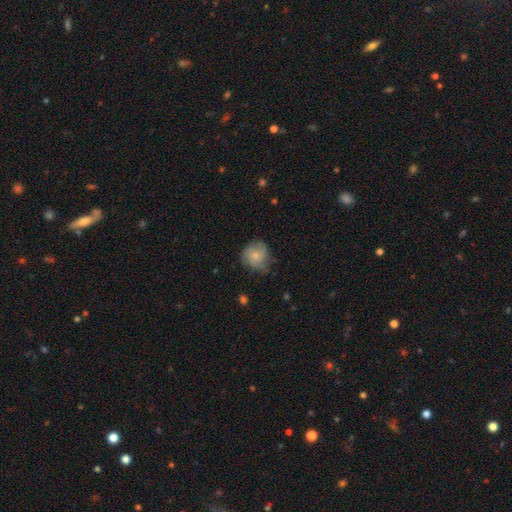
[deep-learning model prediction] The model was most divided on "merging": none: 59%, minor disturbance: 30%, major disturbance: 10%, merger: 2%. More confident: how rounded — round (83%); smooth or featured — smooth (66%).